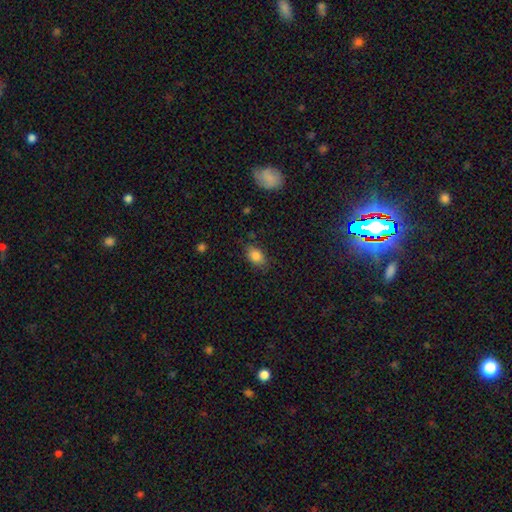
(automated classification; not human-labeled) smooth 84%, star or artifact 9%, featured or disk 7%. Down the decision tree: how rounded — in between (85%); merging — none (79%).